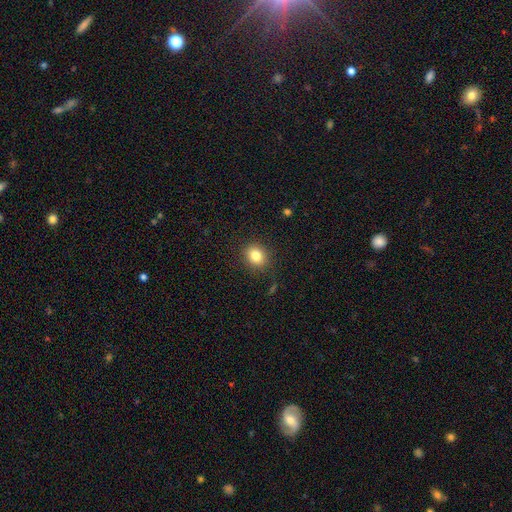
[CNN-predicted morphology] This is clearly a smooth galaxy (83%). How rounded: likely round (60%). Merging: clearly none (87%).